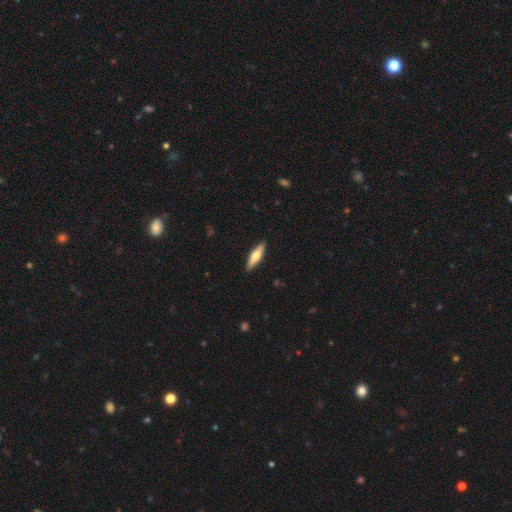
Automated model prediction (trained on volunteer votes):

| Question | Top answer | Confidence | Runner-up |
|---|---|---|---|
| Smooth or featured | featured or disk | 49% | smooth (46%) |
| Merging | none | 91% | minor disturbance (7%) |